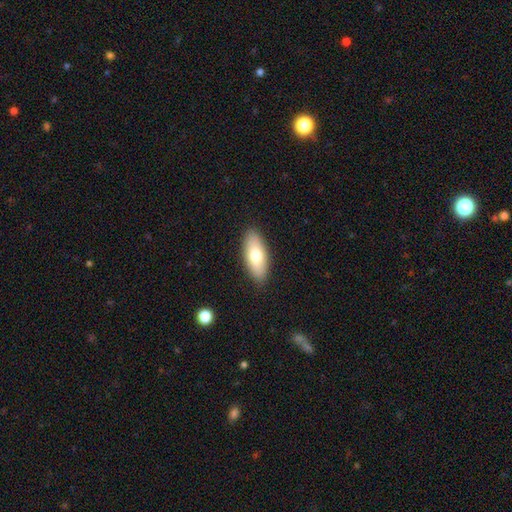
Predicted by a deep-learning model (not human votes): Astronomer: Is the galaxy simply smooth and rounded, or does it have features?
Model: smooth — 74%.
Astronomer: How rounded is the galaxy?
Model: in between — 82%.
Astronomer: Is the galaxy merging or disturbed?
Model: none — 89%.